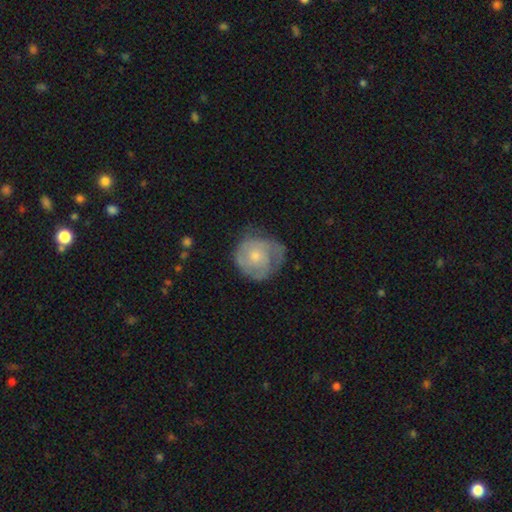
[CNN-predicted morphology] Smooth or featured?
  - featured or disk: 54% *
  - smooth: 40%
  - star or artifact: 6%
Edge-on disk?
  - no: 98% *
  - yes: 2%
Bar?
  - no: 82% *
  - weak: 16%
  - strong: 2%
Spiral arms?
  - yes: 68% *
  - no: 32%
Bulge size?
  - small: 51% *
  - moderate: 42%
  - none: 4%
  - large: 3%
  - dominant: 1%
Merging?
  - none: 52% *
  - minor disturbance: 29%
  - major disturbance: 17%
  - merger: 2%